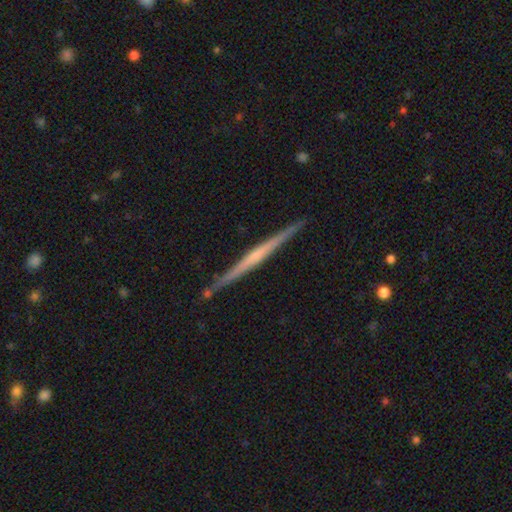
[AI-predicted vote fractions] Q: Smooth or featured?
A: featured or disk (72%); runner-up: smooth (23%)
Q: Edge-on disk?
A: yes (98%); runner-up: no (2%)
Q: Edge-on bulge?
A: none (60%); runner-up: rounded (31%)
Q: Merging?
A: none (89%); runner-up: minor disturbance (8%)